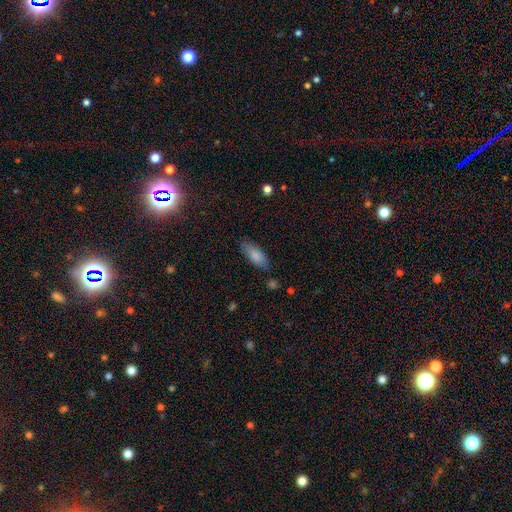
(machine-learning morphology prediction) This is clearly a smooth galaxy (82%). How rounded: likely in between (77%). Merging: likely none (78%).